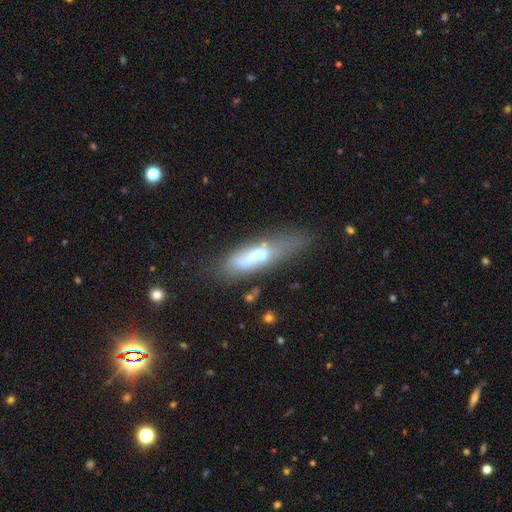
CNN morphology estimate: The model was most divided on "how rounded": in between: 50%, cigar-shaped: 48%, round: 3%. Remaining: smooth or featured — smooth (50%); merging — none (40%).